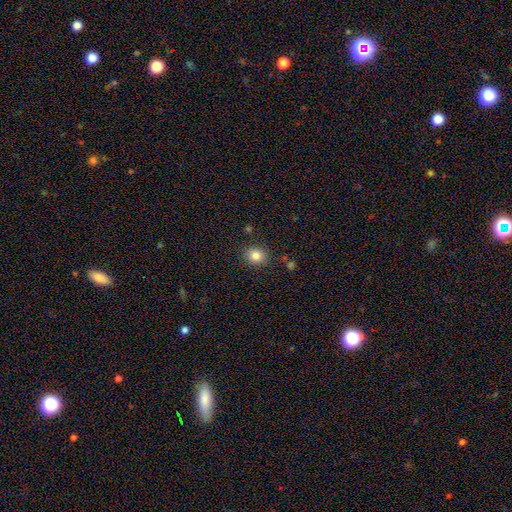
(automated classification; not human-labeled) smooth_or_featured: smooth (p=0.83) [alt: star or artifact p=0.11]
how_rounded: round (p=0.77) [alt: in between p=0.22]
merging: none (p=0.87) [alt: minor disturbance p=0.08]